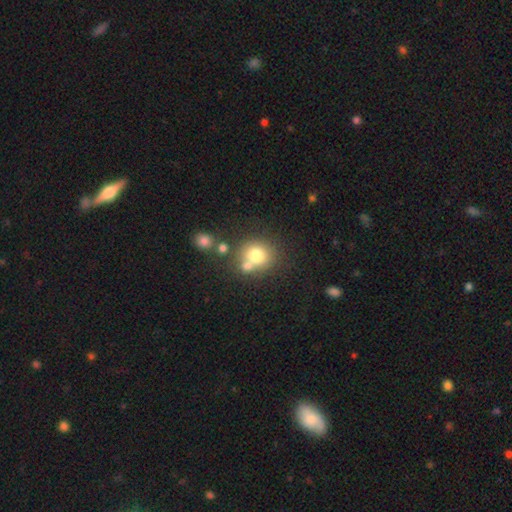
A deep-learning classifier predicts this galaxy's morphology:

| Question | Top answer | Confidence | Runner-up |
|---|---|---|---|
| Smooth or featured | smooth | 73% | featured or disk (14%) |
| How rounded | round | 81% | in between (18%) |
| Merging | none | 54% | merger (32%) |